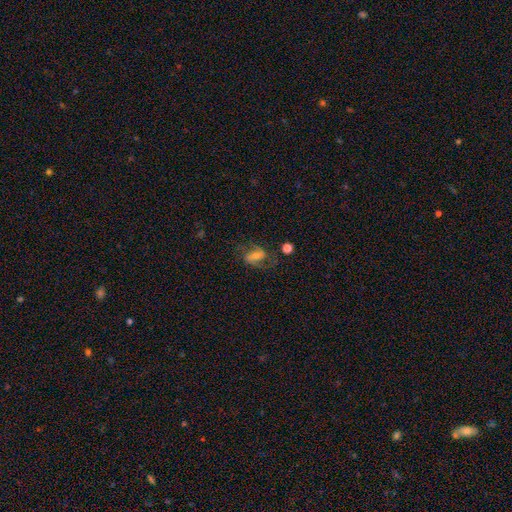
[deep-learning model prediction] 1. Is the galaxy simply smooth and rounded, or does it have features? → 61% featured or disk, 26% smooth, 13% star or artifact.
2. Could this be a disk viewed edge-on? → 94% no, 6% yes.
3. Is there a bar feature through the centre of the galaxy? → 40% strong, 38% weak, 22% no.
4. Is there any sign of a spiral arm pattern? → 84% yes, 16% no.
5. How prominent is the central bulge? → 45% small, 33% moderate, 13% none, 8% large, 2% dominant.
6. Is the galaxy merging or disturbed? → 63% none, 18% minor disturbance, 15% major disturbance, 4% merger.